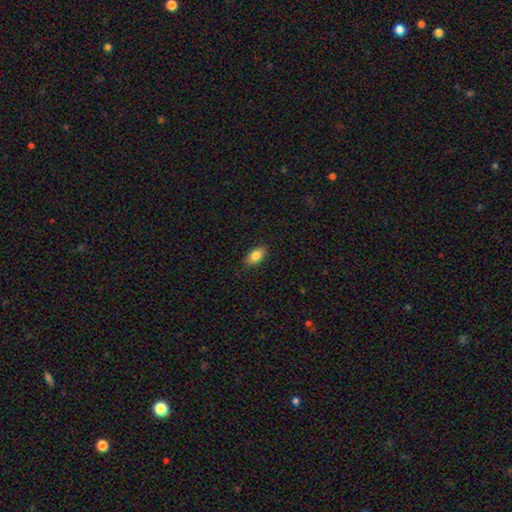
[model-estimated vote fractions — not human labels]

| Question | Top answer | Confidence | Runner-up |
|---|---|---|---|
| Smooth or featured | smooth | 84% | featured or disk (9%) |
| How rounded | in between | 91% | round (5%) |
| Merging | none | 87% | minor disturbance (10%) |